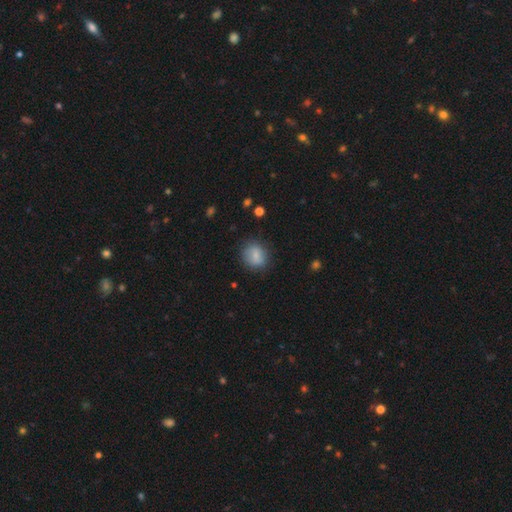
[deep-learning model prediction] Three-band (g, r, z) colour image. It shows a smooth galaxy with no disk features (79%) that is round (72%). Merging: none (78%).